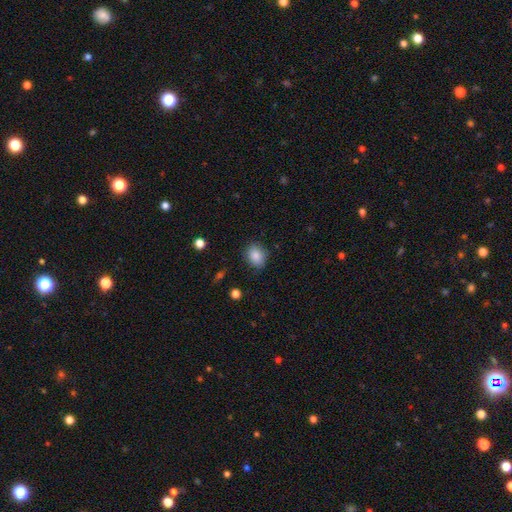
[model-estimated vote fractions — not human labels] This is clearly a smooth galaxy (86%). How rounded: possibly in between (56%). Merging: clearly none (84%).